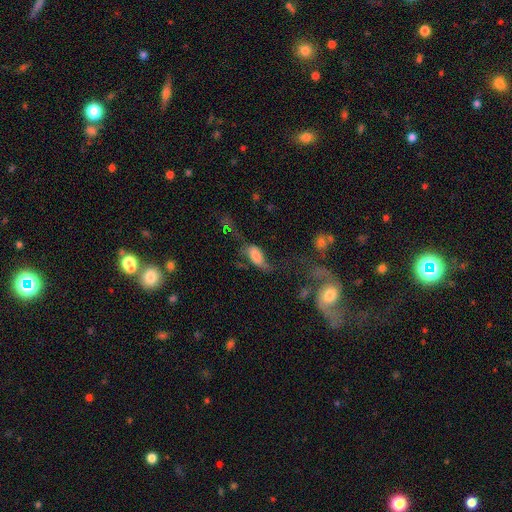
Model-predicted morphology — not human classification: smooth-or-featured: smooth: 57% | featured or disk: 33% | star or artifact: 10%
  how-rounded: in between: 86% | cigar-shaped: 9% | round: 4%
  merging: major disturbance: 39% | none: 29% | minor disturbance: 22% | merger: 10%